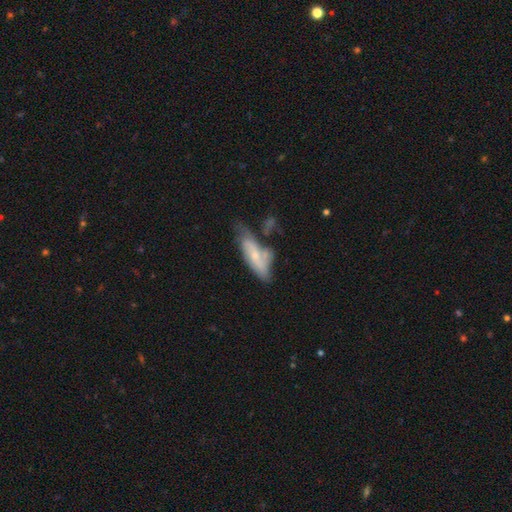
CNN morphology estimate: Overall: featured or disk (48%; smooth 45%). Merging: none (34%; minor disturbance 26%).